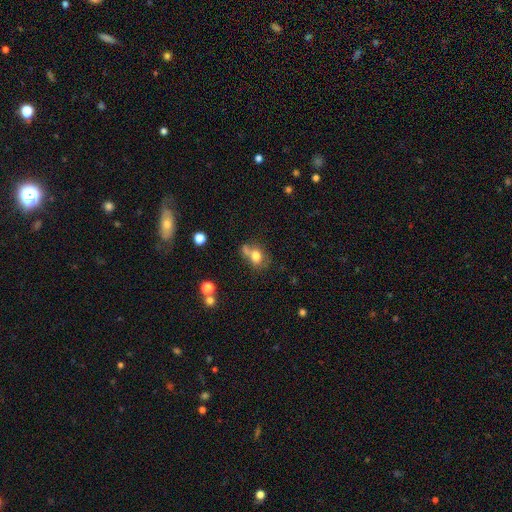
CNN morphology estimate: Smooth or featured?
  - smooth: 75% *
  - featured or disk: 14%
  - star or artifact: 12%
How rounded?
  - round: 52% *
  - in between: 46%
  - cigar-shaped: 1%
Merging?
  - none: 38% *
  - merger: 35%
  - minor disturbance: 17%
  - major disturbance: 10%